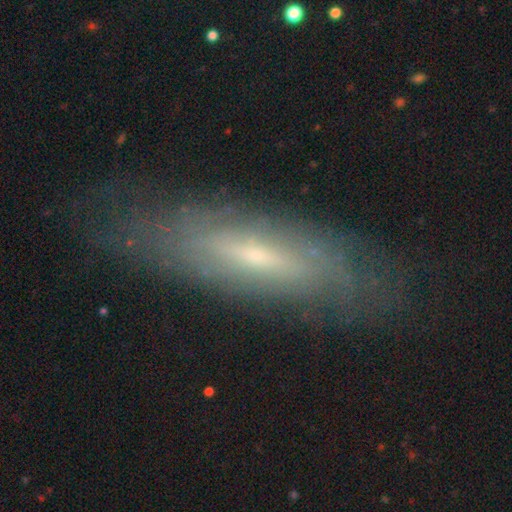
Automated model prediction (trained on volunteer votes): Overall: featured or disk (65%; smooth 25%). Edge-on disk: no (57%; yes 43%). Merging: none (78%).